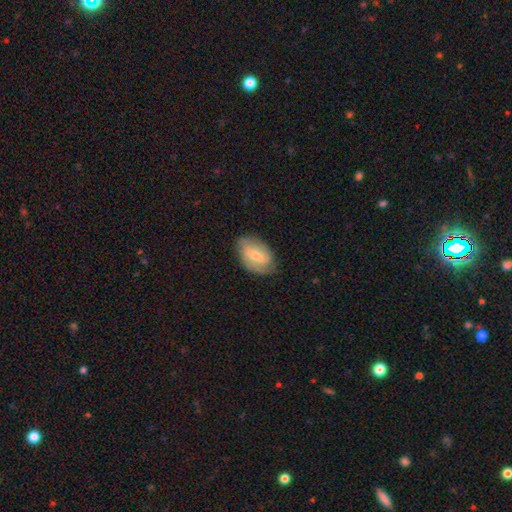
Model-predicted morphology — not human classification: smooth-or-featured: featured or disk: 62% | smooth: 32% | star or artifact: 7%
  disk-edge-on: no: 93% | yes: 7%
    bar: weak: 43% | strong: 41% | no: 16%
    has-spiral-arms: yes: 75% | no: 25%
    bulge-size: moderate: 48% | small: 47% | large: 2% | none: 2% | dominant: 1%
  merging: none: 79% | minor disturbance: 16% | major disturbance: 4% | merger: 1%